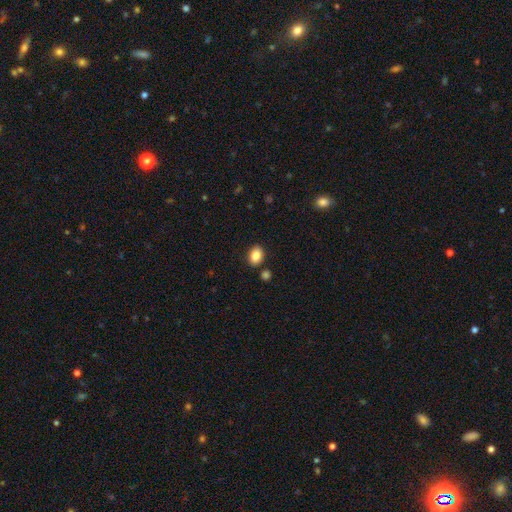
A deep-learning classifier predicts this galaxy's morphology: A smooth galaxy with no disk features (86%) that is in between round and cigar-shaped (74%).

Vote fractions:
- Smooth or featured? smooth: 86% / star or artifact: 8% / featured or disk: 6%
- How rounded? in between: 74% / round: 25% / cigar-shaped: 1%
- Merging? none: 84% / minor disturbance: 9% / merger: 4% / major disturbance: 2%